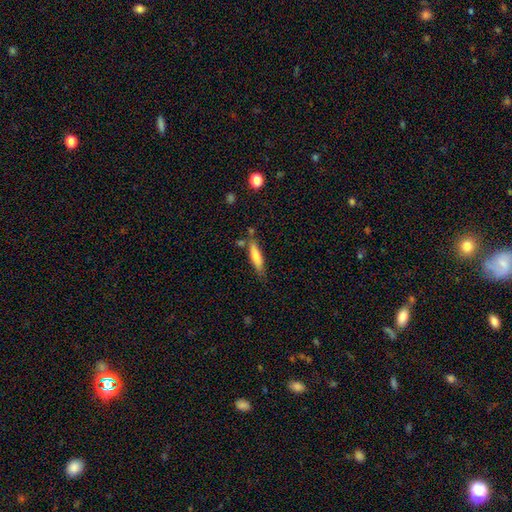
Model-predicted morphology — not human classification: Q: Smooth or featured?
A: smooth (69%); runner-up: featured or disk (24%)
Q: How rounded?
A: cigar-shaped (74%); runner-up: in between (25%)
Q: Merging?
A: none (68%); runner-up: minor disturbance (19%)